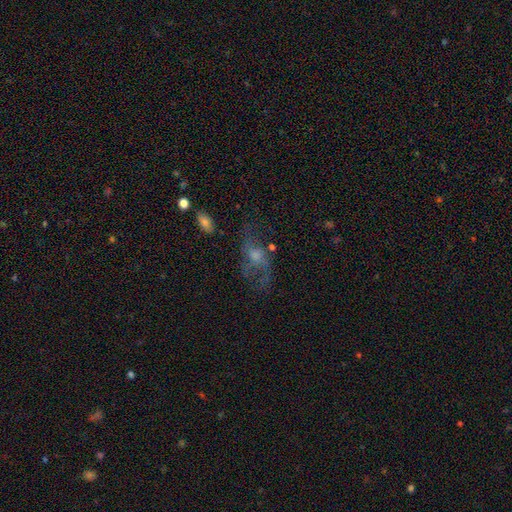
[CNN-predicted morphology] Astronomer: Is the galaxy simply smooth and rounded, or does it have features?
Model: featured or disk — 58%.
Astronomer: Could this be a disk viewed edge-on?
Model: no — 93%.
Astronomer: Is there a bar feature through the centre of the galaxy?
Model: no — 68%.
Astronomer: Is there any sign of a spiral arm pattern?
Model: yes — 61% (runner-up: no, 39%).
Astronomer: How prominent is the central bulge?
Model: moderate — 41% (runner-up: small, 33%).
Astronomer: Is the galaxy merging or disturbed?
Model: none — 45% (runner-up: major disturbance, 31%).